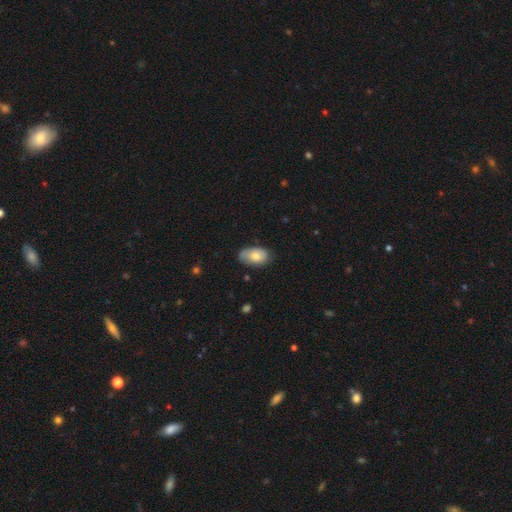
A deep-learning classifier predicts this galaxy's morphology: Smooth or featured? Predicted: smooth (p=0.73). How rounded? Predicted: in between (p=0.92). Merging? Predicted: none (p=0.68).